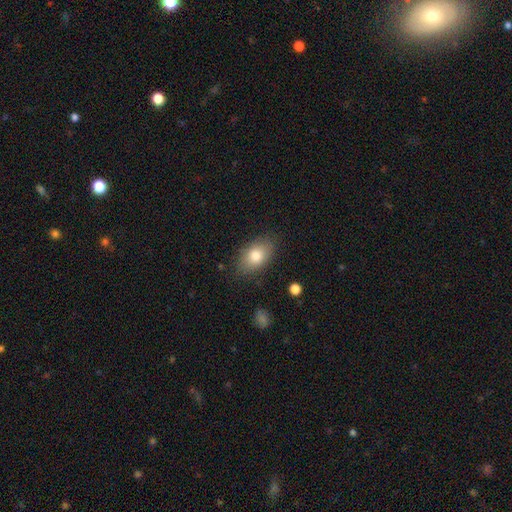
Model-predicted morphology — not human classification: smooth 80%, featured or disk 12%, star or artifact 8%. Down the decision tree: how rounded — in between (89%); merging — none (82%).